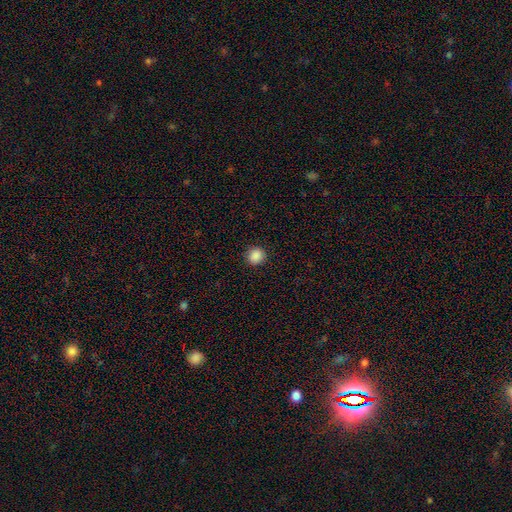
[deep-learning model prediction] Overall: smooth (88%). How rounded: round (88%). Merging: none (91%).